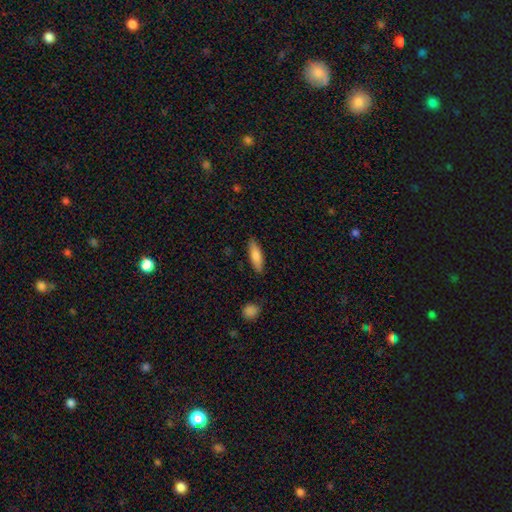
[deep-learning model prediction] Overall: smooth (75%). How rounded: cigar-shaped (52%; in between 46%). Merging: none (87%).